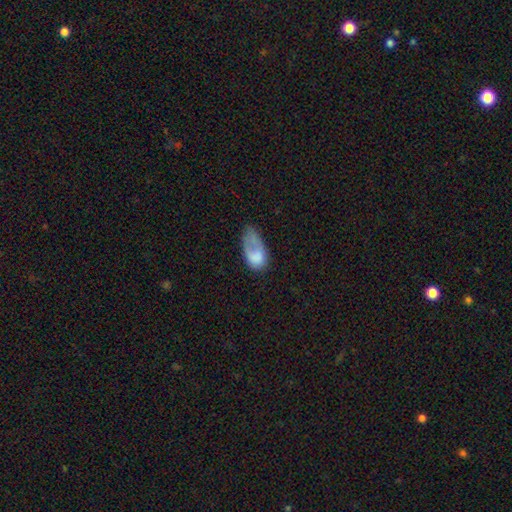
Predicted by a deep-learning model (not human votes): The model was most divided on "merging": major disturbance: 43%, minor disturbance: 30%, none: 23%, merger: 5%. More confident: how rounded — in between (91%); smooth or featured — smooth (69%).